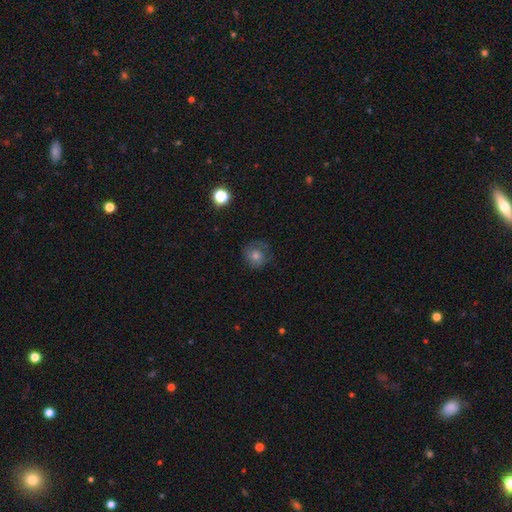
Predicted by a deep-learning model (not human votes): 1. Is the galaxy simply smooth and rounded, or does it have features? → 62% smooth, 24% featured or disk, 14% star or artifact.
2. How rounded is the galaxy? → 86% round, 13% in between, 1% cigar-shaped.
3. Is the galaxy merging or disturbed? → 69% none, 20% minor disturbance, 10% major disturbance, 1% merger.